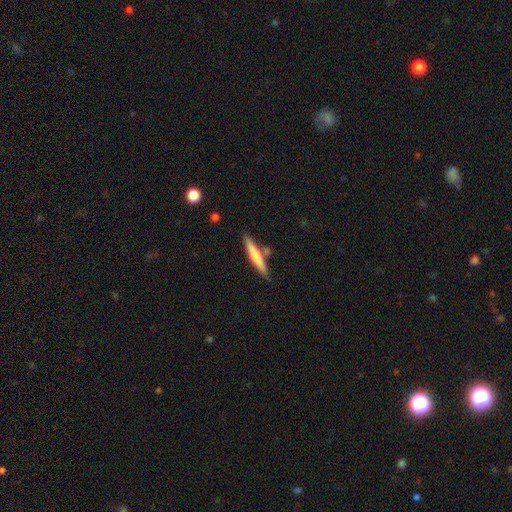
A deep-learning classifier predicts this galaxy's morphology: Overall: smooth (62%; featured or disk 33%). How rounded: cigar-shaped (94%). Merging: none (77%).